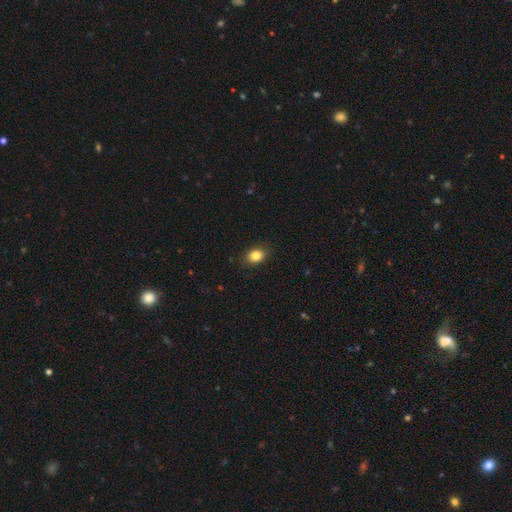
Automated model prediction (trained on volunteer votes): A smooth galaxy with no disk features (84%) that is in between round and cigar-shaped (55%).

Vote fractions:
- Smooth or featured? smooth: 84% / star or artifact: 10% / featured or disk: 6%
- How rounded? in between: 55% / round: 44% / cigar-shaped: 1%
- Merging? none: 87% / minor disturbance: 10% / major disturbance: 3% / merger: 1%